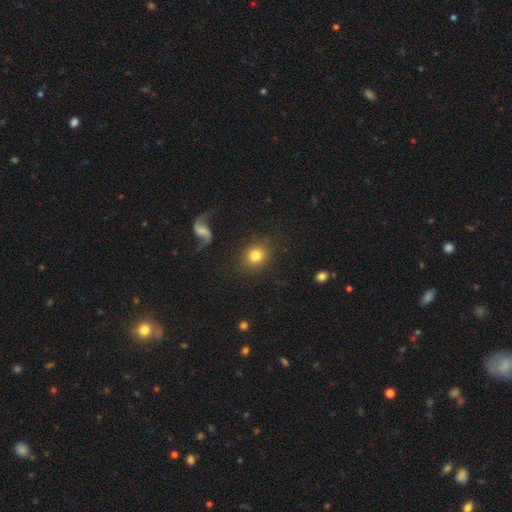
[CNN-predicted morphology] Smooth or featured?
  - smooth: 76% *
  - featured or disk: 14%
  - star or artifact: 11%
How rounded?
  - round: 85% *
  - in between: 14%
  - cigar-shaped: 1%
Merging?
  - none: 84% *
  - minor disturbance: 9%
  - major disturbance: 4%
  - merger: 3%